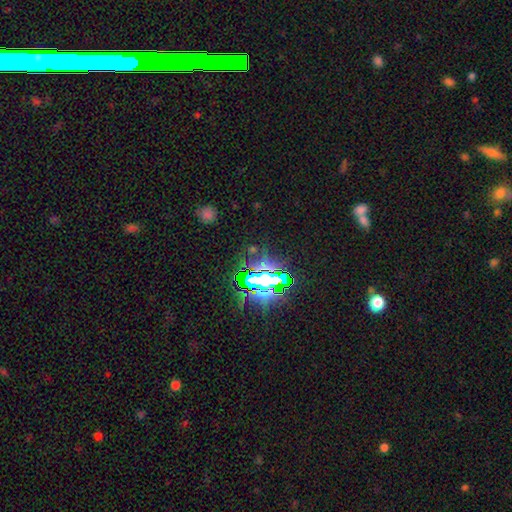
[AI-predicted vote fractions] Smooth or featured? star or artifact (79%)